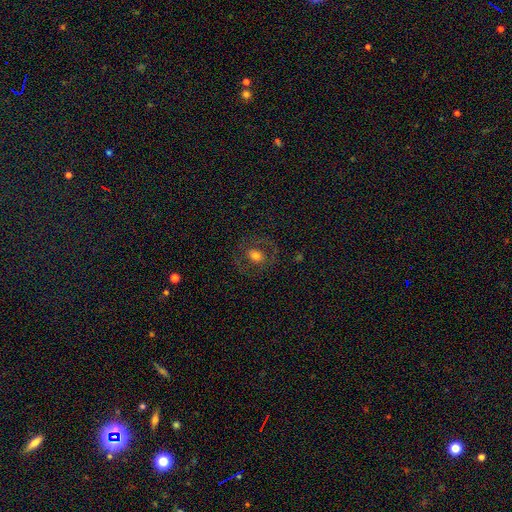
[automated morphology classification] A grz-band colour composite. It shows a smooth galaxy with no disk features (55%) that is round (51%). Merging: none (77%).